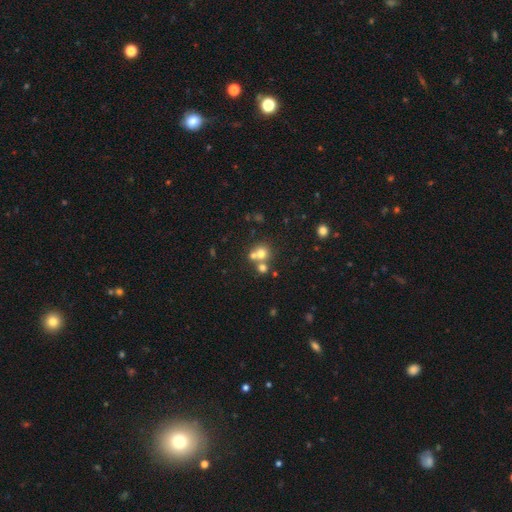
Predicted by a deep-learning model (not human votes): This appears to be a smooth galaxy with no disk features (58%) that is round (82%). Merging: none (48%).